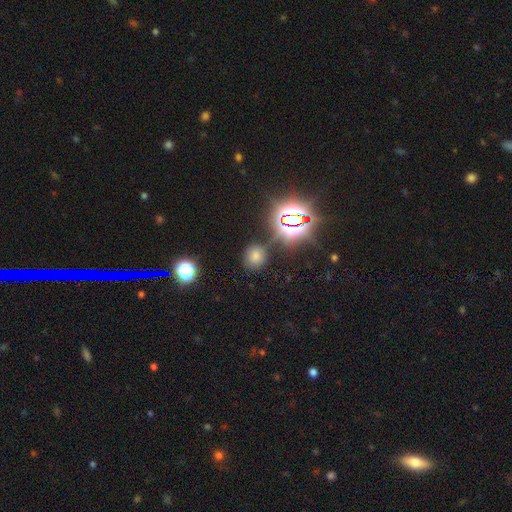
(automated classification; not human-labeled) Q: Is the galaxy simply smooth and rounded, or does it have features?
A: smooth — 52%.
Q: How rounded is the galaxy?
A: round — 80%.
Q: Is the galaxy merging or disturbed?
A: none — 81%.